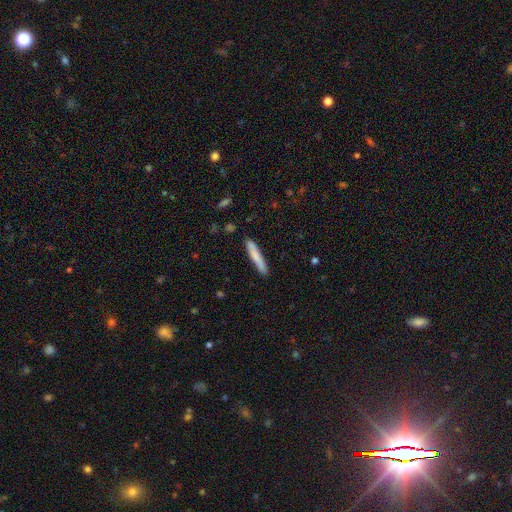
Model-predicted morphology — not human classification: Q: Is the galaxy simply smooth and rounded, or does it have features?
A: smooth — 77%.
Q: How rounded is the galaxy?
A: cigar-shaped — 94%.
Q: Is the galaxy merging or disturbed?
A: none — 87%.